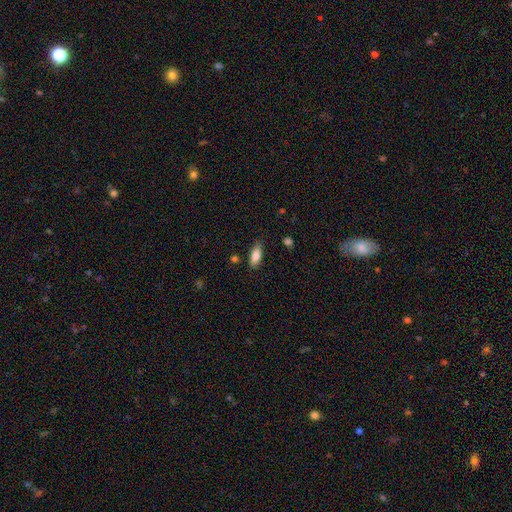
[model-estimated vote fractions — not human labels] Smooth or featured? Predicted: smooth (p=0.84). How rounded? Predicted: in between (p=0.76). Merging? Predicted: none (p=0.79).